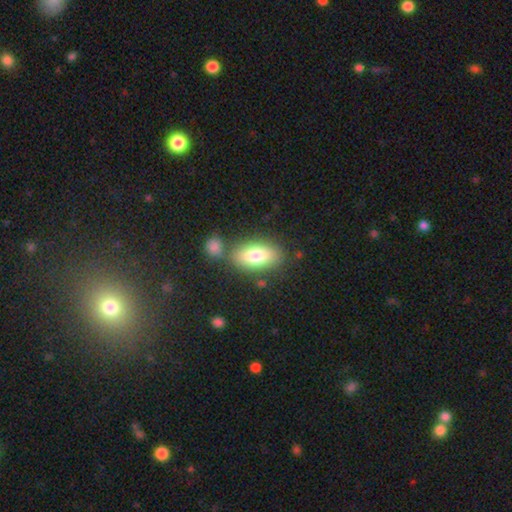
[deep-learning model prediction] Smooth or featured: smooth — 77% (featured or disk — 16%)
How rounded: in between — 89% (cigar-shaped — 6%)
Merging: none — 68% (merger — 16%)